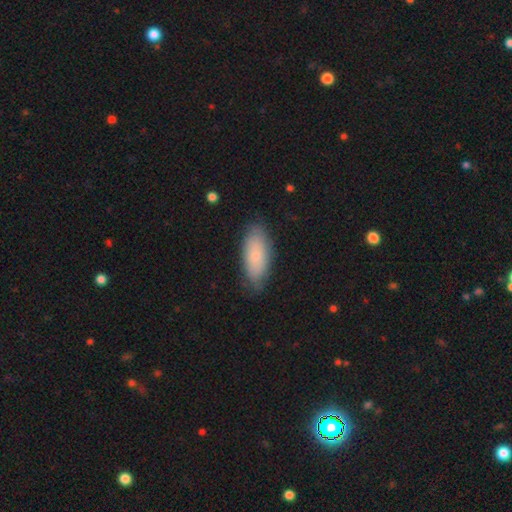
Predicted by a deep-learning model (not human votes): Morphology: type=smooth (73%); roundness=in between (82%); merging=none (77%).